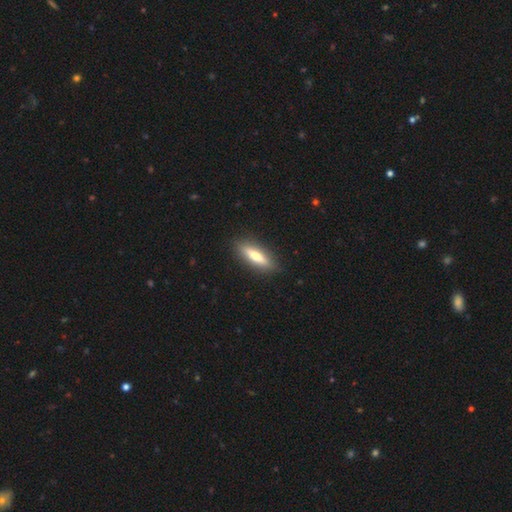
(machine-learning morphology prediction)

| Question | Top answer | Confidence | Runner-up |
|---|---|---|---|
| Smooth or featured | smooth | 57% | featured or disk (37%) |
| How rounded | cigar-shaped | 64% | in between (34%) |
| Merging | none | 88% | minor disturbance (9%) |